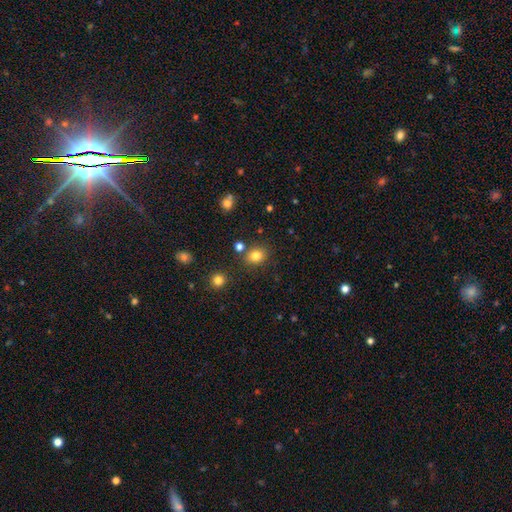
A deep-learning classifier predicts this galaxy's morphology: type=smooth (80%); roundness=round (60%); merging=none (80%).